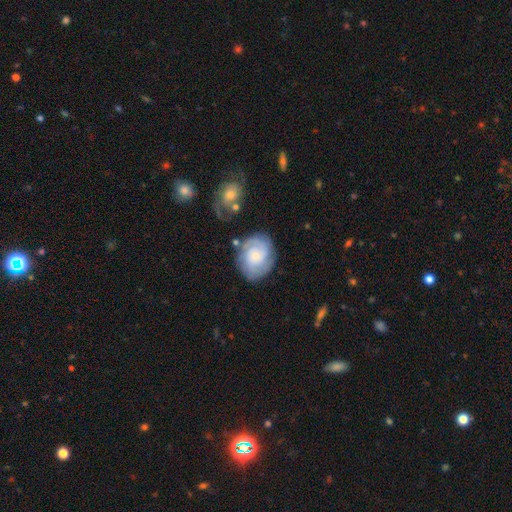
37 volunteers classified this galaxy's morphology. Overall: featured or disk (86%). Edge-on disk: no (100%). Bar: no (75%). Spiral arms: yes (94%). Spiral arm count: 2 (33%; can't tell 30%). Spiral winding: tight (67%). Bulge size: small (88%). Merging: none (67%).